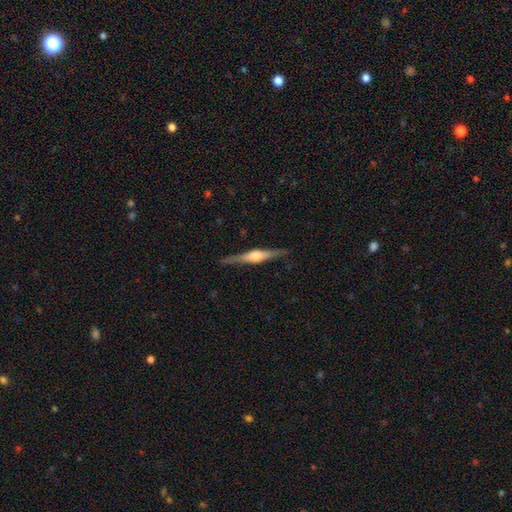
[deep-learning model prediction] Smooth or featured?
  - featured or disk: 78% *
  - smooth: 17%
  - star or artifact: 5%
Edge-on disk?
  - yes: 98% *
  - no: 2%
Edge-on bulge?
  - rounded: 87% *
  - boxy: 10%
  - none: 3%
Merging?
  - none: 89% *
  - minor disturbance: 8%
  - major disturbance: 2%
  - merger: 1%